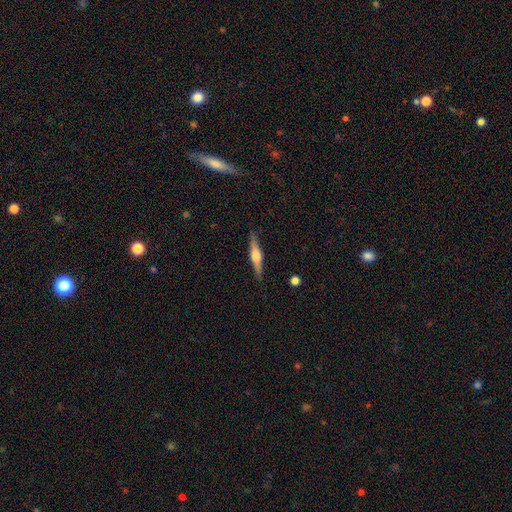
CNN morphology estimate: The model was most divided on "smooth or featured": featured or disk: 67%, smooth: 27%, star or artifact: 6%. More confident: edge-on disk — yes (97%); merging — none (89%); edge-on bulge — rounded (87%).